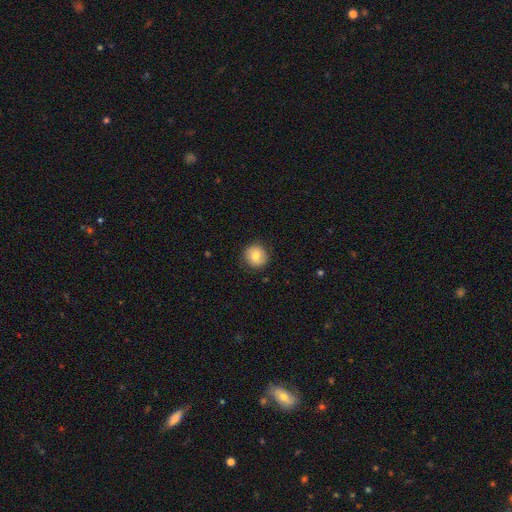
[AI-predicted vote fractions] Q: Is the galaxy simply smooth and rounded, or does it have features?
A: smooth — 75%.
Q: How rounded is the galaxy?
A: round — 91%.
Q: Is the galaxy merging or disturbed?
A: none — 88%.